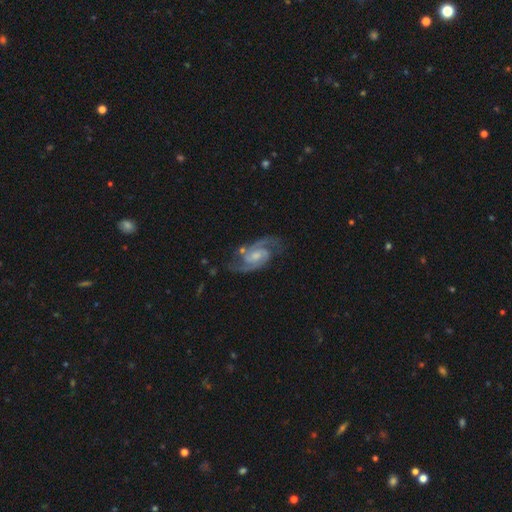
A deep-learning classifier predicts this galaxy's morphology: type=featured or disk (92%); edge-on=no (98%); bar=weak (48%); spiral arms=yes (98%); winding=medium (60%); arm count=2 (92%); bulge=small (49%); merging=none (75%).